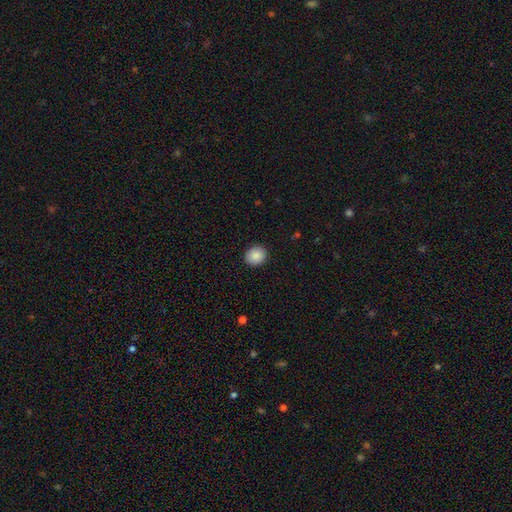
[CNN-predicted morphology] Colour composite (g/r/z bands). It shows a smooth galaxy with no disk features (88%) that is round (81%). Merging: none (91%).